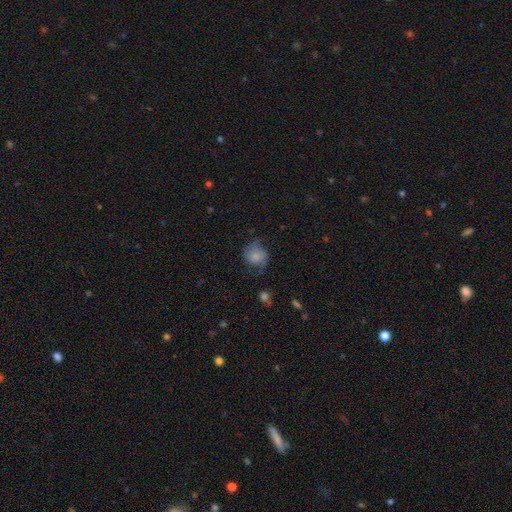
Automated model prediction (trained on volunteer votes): This appears to be a smooth galaxy with no disk features (51%) that is round (71%). Merging: none (56%).